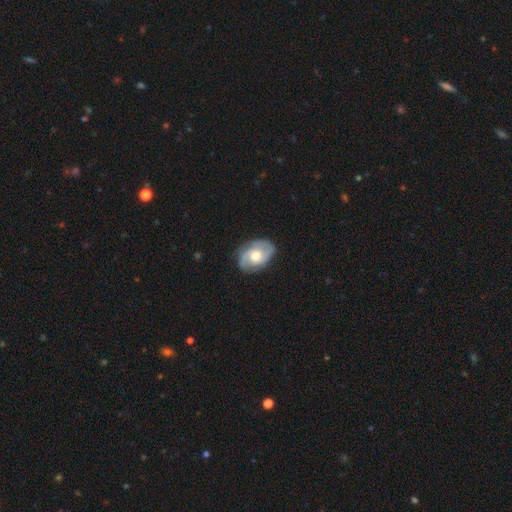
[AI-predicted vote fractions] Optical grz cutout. It shows a featured or disk galaxy (76%) with no bar (68%), 2 (67%) medium (45%) spiral arms (91%) and a moderate central bulge (71%). Merging: none (76%).